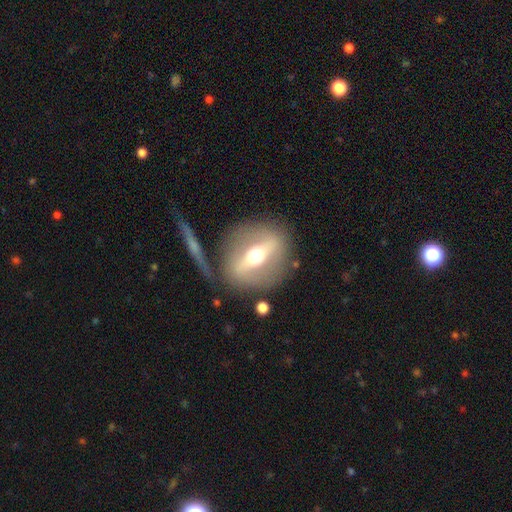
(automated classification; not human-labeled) Morphology: type=featured or disk (71%); edge-on=no (59%); merging=none (80%).